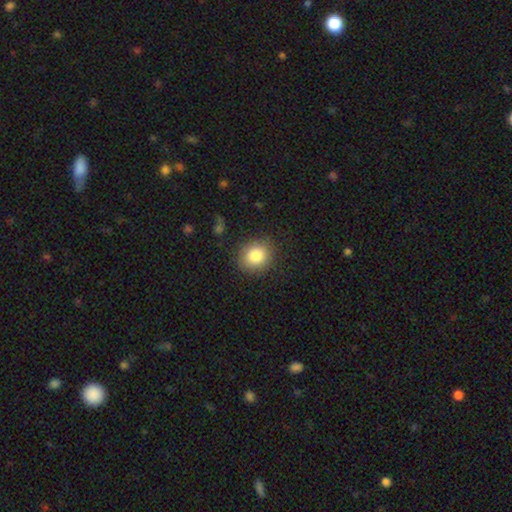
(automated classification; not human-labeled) smooth_or_featured: smooth (p=0.84) [alt: star or artifact p=0.09]
how_rounded: round (p=0.74) [alt: in between p=0.25]
merging: none (p=0.86) [alt: minor disturbance p=0.10]